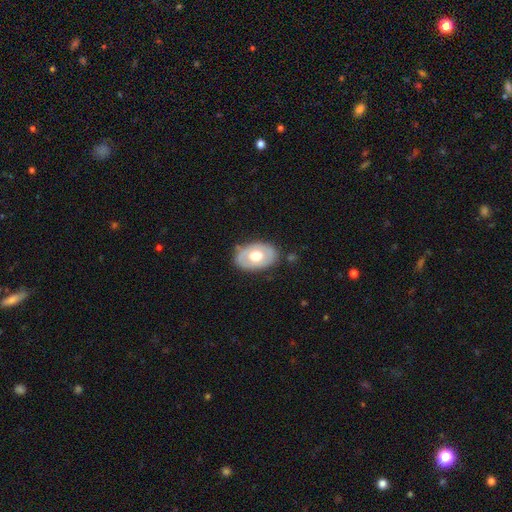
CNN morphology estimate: A smooth galaxy with no disk features (49%). Merging: none (79%).